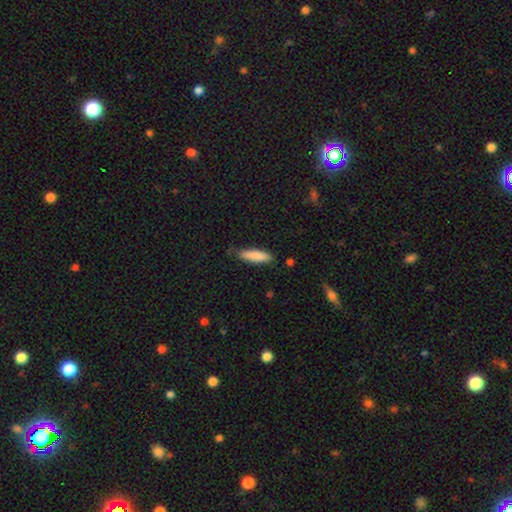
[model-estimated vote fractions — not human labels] smooth 85%, featured or disk 10%, star or artifact 6%. Down the decision tree: how rounded — cigar-shaped (67%); merging — none (78%).